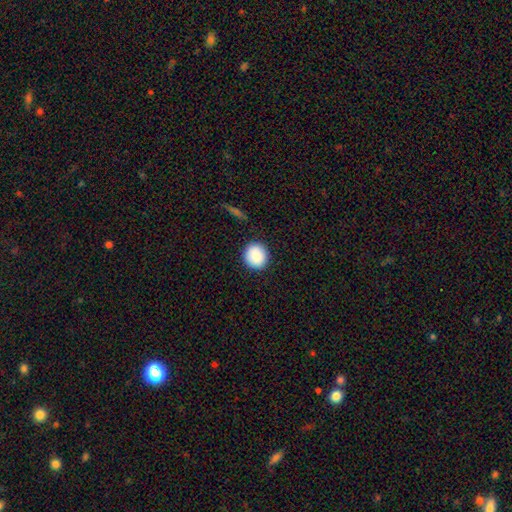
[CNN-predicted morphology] Smooth or featured?
  - smooth: 89% *
  - star or artifact: 8%
  - featured or disk: 3%
How rounded?
  - round: 91% *
  - in between: 8%
  - cigar-shaped: 1%
Merging?
  - none: 90% *
  - minor disturbance: 7%
  - major disturbance: 2%
  - merger: 1%